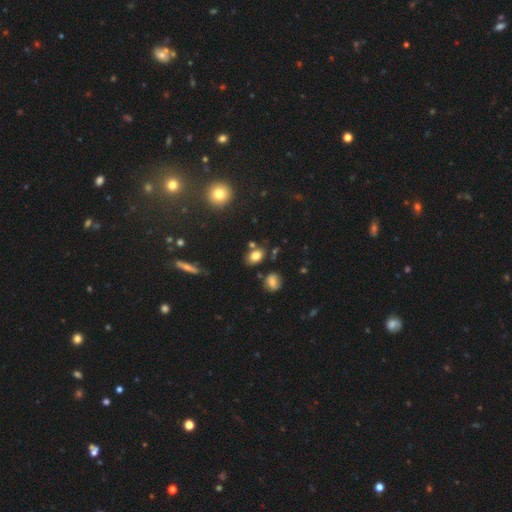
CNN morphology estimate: type=smooth (79%); roundness=in between (77%); merging=none (73%).